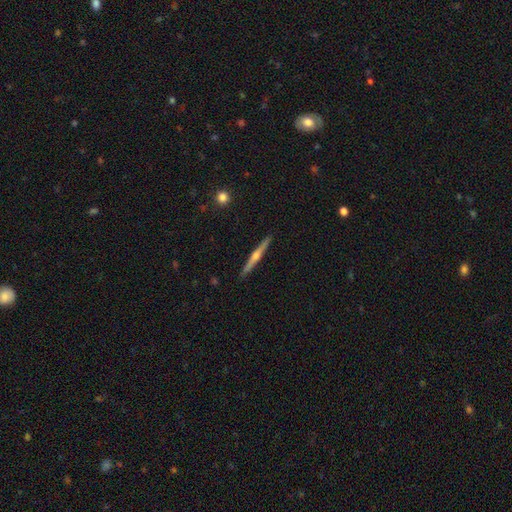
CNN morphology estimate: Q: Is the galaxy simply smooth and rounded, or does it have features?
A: featured or disk — 73%.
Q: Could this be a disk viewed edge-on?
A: yes — 98%.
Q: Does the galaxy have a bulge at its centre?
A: rounded — 89%.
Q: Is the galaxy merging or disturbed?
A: none — 92%.